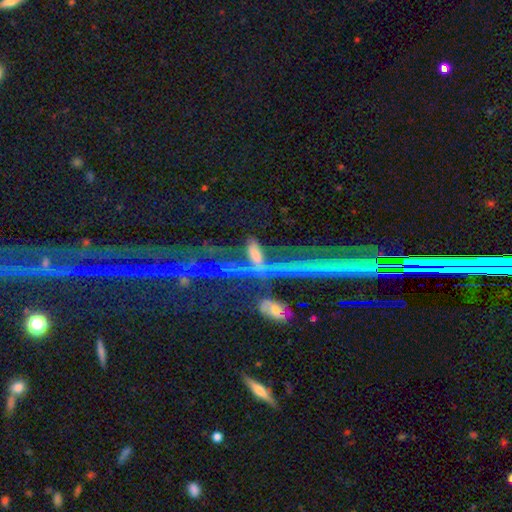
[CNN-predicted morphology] A featured or disk galaxy (51%).

Vote fractions:
- Smooth or featured? featured or disk: 51% / star or artifact: 25% / smooth: 24%
- Edge-on disk? no: 55% / yes: 45%
- Merging? none: 33% / major disturbance: 27% / merger: 24% / minor disturbance: 16%